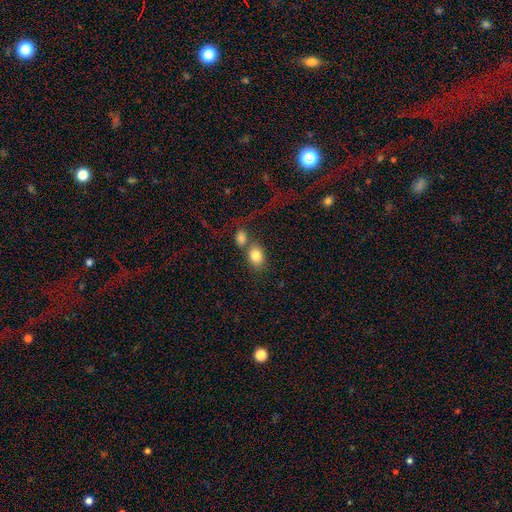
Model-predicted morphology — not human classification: Smooth or featured? smooth (82%)
How rounded? in between (59%)
Merging? none (50%)